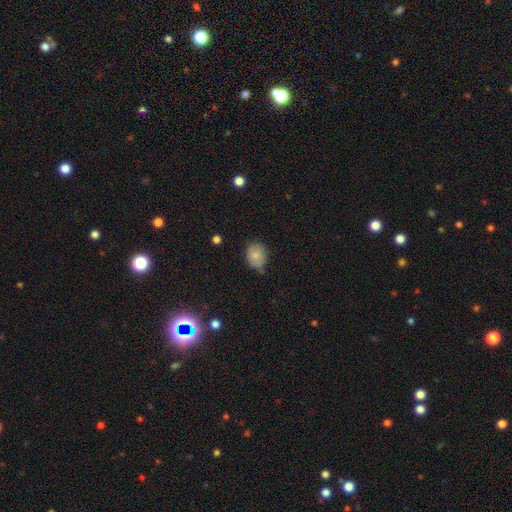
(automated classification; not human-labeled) smooth 77%, featured or disk 14%, star or artifact 9%. Down the decision tree: how rounded — round (56%); merging — none (55%).